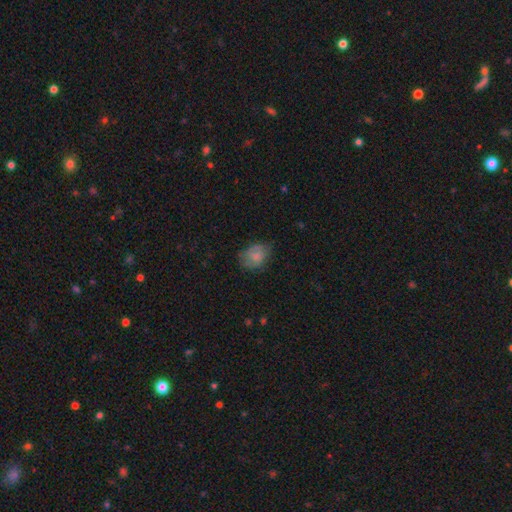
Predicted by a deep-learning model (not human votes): A smooth galaxy with no disk features (78%) that is in between round and cigar-shaped (62%). Merging: none (61%).